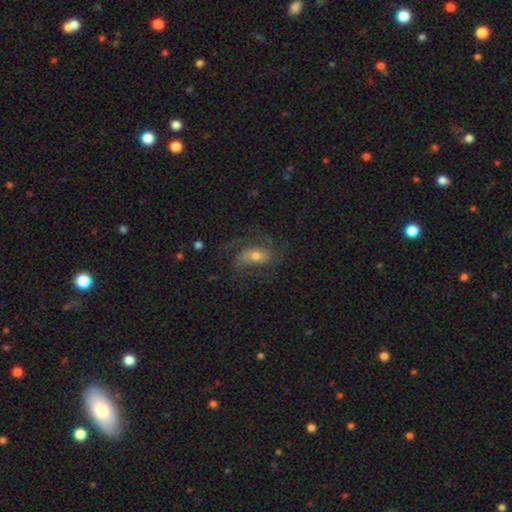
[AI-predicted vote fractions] Smooth or featured? featured or disk (73%)
Edge-on disk? no (96%)
Bar? no (54%)
Spiral arms? yes (91%)
Spiral winding? medium (47%)
Spiral arm count? 2 (45%)
Bulge size? moderate (54%)
Merging? none (60%)